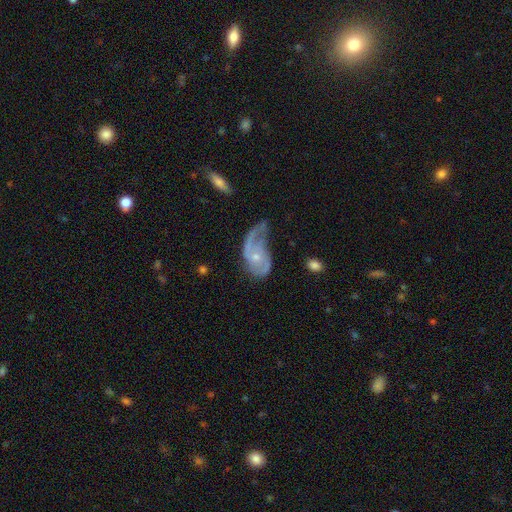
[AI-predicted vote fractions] Smooth or featured?
  - featured or disk: 77% *
  - smooth: 18%
  - star or artifact: 6%
Edge-on disk?
  - no: 96% *
  - yes: 4%
Bar?
  - no: 72% *
  - weak: 24%
  - strong: 4%
Spiral arms?
  - yes: 86% *
  - no: 14%
Spiral winding?
  - loose: 46% *
  - medium: 36%
  - tight: 18%
Spiral arm count?
  - 2: 51% *
  - 1: 34%
  - can't tell: 10%
  - 3: 2%
  - 4: 1%
  - more than 4: 1%
Bulge size?
  - small: 64% *
  - moderate: 31%
  - none: 3%
  - large: 1%
  - dominant: 1%
Merging?
  - major disturbance: 43% *
  - none: 27%
  - minor disturbance: 26%
  - merger: 4%